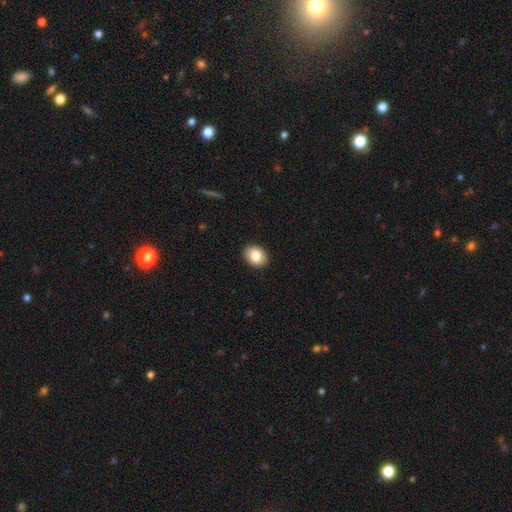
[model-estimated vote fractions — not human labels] A smooth galaxy with no disk features (84%) that is in between round and cigar-shaped (60%).

Vote fractions:
- Smooth or featured? smooth: 84% / featured or disk: 8% / star or artifact: 8%
- How rounded? in between: 60% / round: 39% / cigar-shaped: 1%
- Merging? none: 91% / minor disturbance: 7% / major disturbance: 2% / merger: 1%